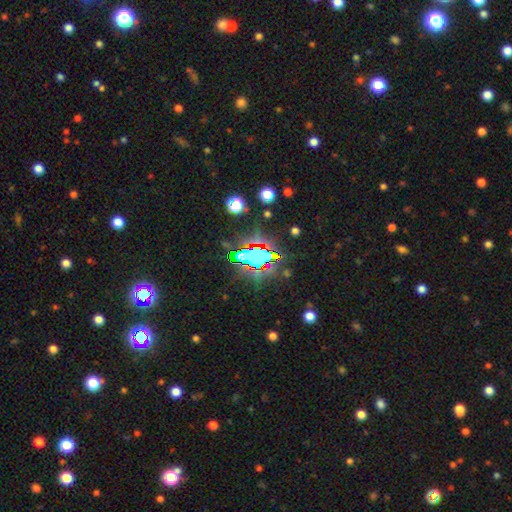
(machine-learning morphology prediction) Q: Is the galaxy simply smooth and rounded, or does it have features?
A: star or artifact — 64%.